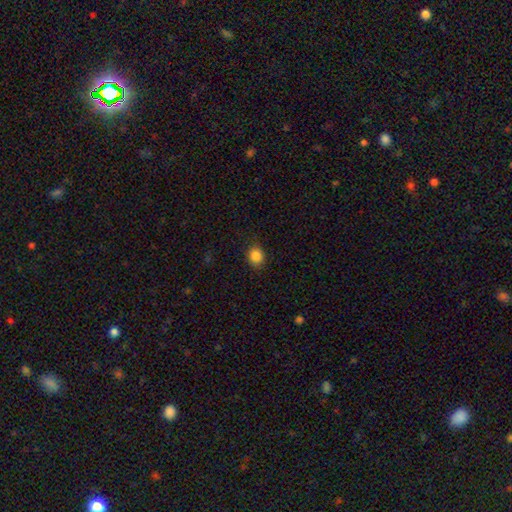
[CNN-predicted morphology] Q: Smooth or featured?
A: smooth (86%); runner-up: star or artifact (10%)
Q: How rounded?
A: round (64%); runner-up: in between (35%)
Q: Merging?
A: none (87%); runner-up: minor disturbance (10%)